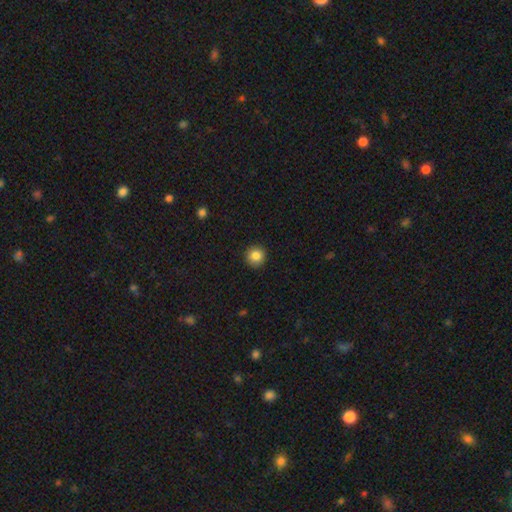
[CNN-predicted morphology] The model was most divided on "smooth or featured": smooth: 85%, star or artifact: 10%, featured or disk: 5%. More confident: how rounded — round (95%); merging — none (92%).